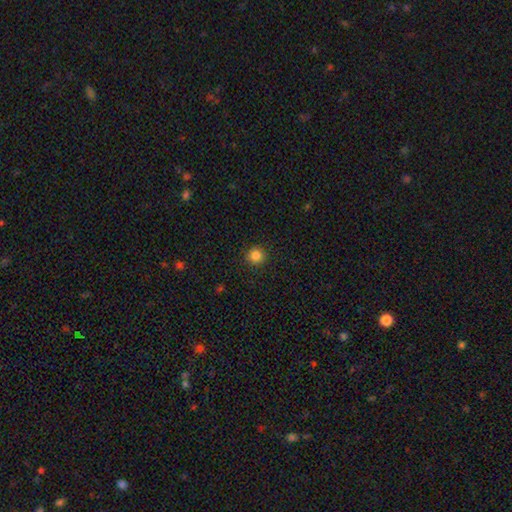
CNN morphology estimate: This is clearly a smooth galaxy (84%). How rounded: clearly round (94%). Merging: clearly none (92%).